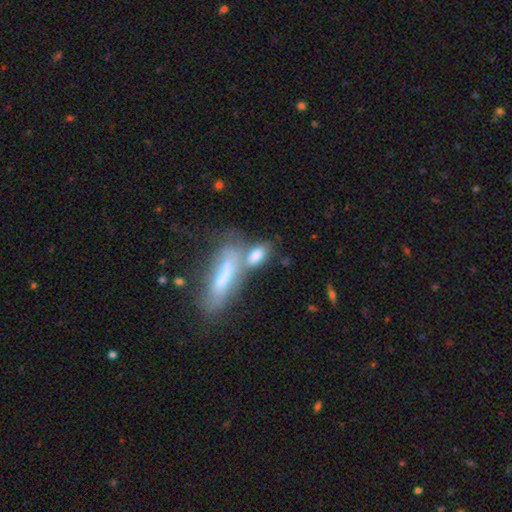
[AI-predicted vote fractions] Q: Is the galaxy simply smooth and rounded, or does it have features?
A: smooth — 72%.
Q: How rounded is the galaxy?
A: in between — 75%.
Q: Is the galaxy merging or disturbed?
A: merger — 50%.